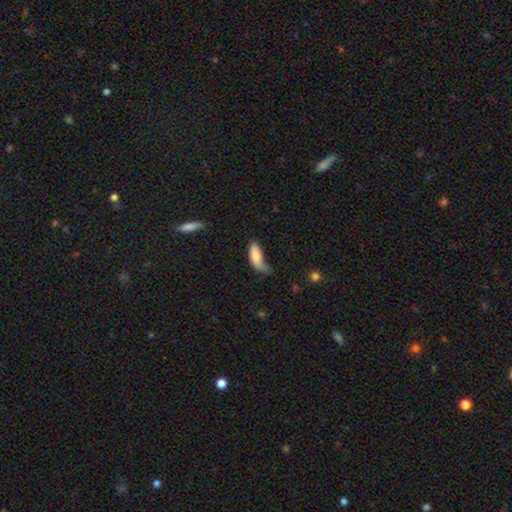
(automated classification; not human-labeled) A smooth galaxy with no disk features (79%) that is in between round and cigar-shaped (77%).

Vote fractions:
- Smooth or featured? smooth: 79% / featured or disk: 14% / star or artifact: 7%
- How rounded? in between: 77% / cigar-shaped: 21% / round: 2%
- Merging? minor disturbance: 38% / none: 28% / major disturbance: 28% / merger: 5%